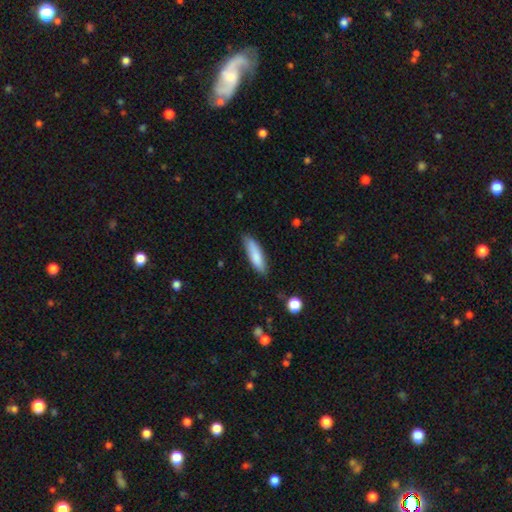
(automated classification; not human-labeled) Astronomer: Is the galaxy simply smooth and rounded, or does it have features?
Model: smooth — 83%.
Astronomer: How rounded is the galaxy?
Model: cigar-shaped — 61% (runner-up: in between, 38%).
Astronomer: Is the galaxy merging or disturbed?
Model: none — 80%.